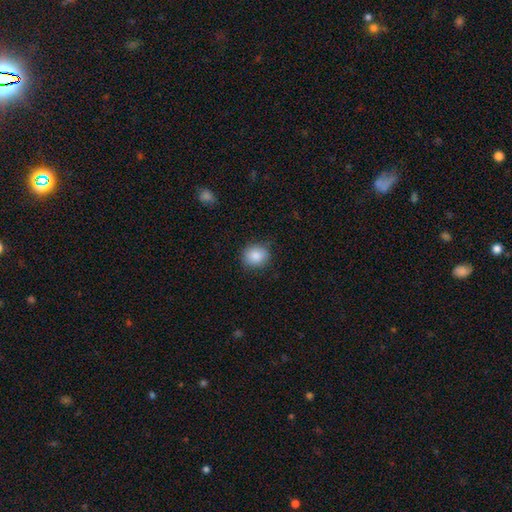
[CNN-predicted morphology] smooth_or_featured: smooth (p=0.87) [alt: star or artifact p=0.08]
how_rounded: round (p=0.76) [alt: in between p=0.23]
merging: none (p=0.85) [alt: minor disturbance p=0.12]